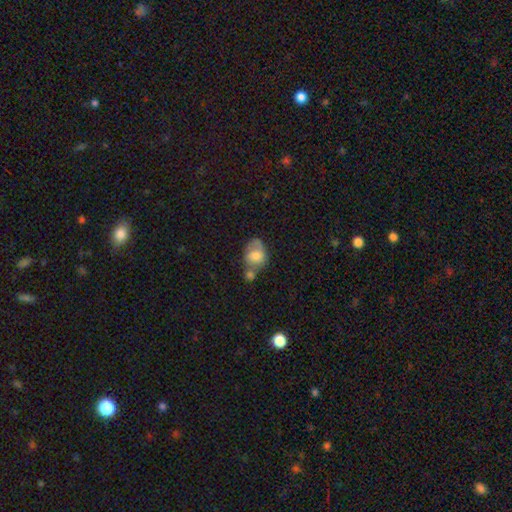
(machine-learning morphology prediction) smooth 66%, featured or disk 26%, star or artifact 8%. Down the decision tree: how rounded — in between (67%); merging — merger (38%).